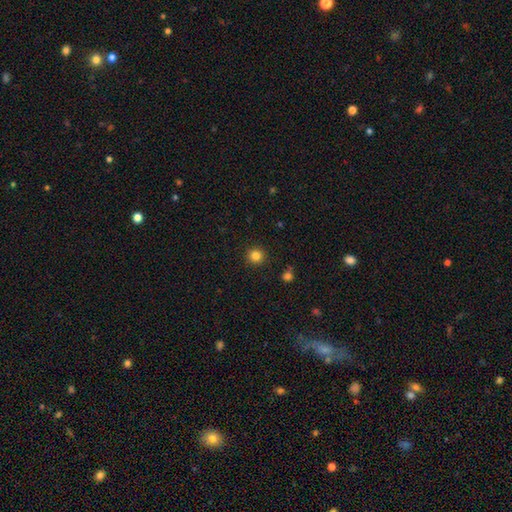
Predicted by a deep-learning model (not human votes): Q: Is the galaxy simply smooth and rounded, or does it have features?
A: smooth — 83%.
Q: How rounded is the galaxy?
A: round — 94%.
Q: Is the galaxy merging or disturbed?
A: none — 91%.